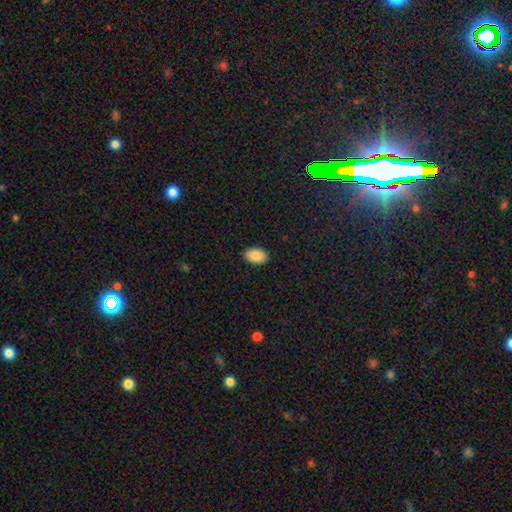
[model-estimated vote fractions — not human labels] Smooth or featured? Predicted: smooth (p=0.88). How rounded? Predicted: in between (p=0.90). Merging? Predicted: none (p=0.90).